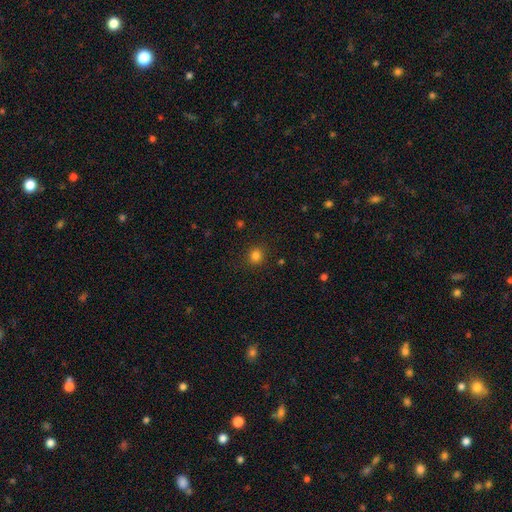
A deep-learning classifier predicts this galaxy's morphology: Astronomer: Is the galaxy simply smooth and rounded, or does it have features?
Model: smooth — 82%.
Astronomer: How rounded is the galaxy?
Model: round — 87%.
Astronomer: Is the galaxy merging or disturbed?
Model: none — 90%.